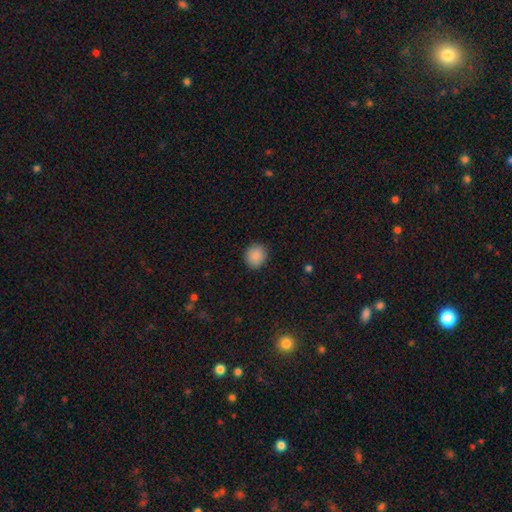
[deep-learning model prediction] The model was most divided on "how rounded": round: 85%, in between: 14%, cigar-shaped: 1%. More confident: merging — none (91%); smooth or featured — smooth (89%).